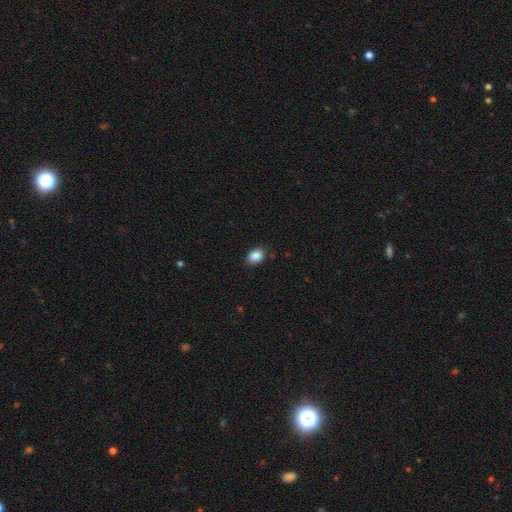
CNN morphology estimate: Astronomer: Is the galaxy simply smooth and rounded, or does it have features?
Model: smooth — 88%.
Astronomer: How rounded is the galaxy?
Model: in between — 74%.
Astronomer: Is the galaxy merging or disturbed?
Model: none — 82%.